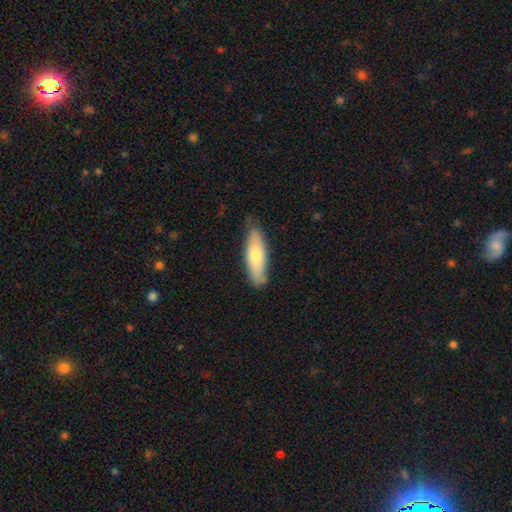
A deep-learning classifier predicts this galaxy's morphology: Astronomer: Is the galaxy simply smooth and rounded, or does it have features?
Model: smooth — 66%.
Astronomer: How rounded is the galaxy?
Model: cigar-shaped — 51% (runner-up: in between, 47%).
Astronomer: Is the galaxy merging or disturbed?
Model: none — 73%.